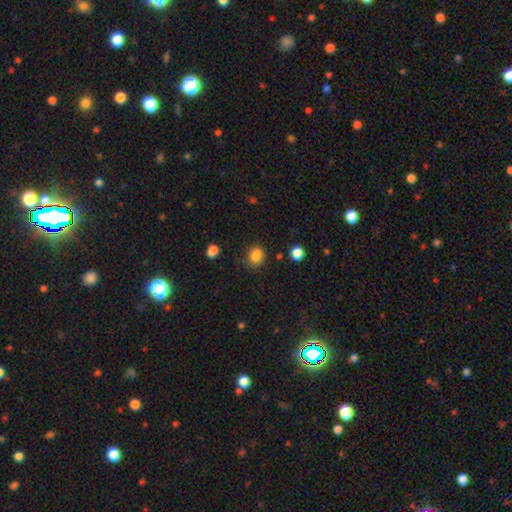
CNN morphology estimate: This appears to be a smooth galaxy with no disk features (84%) that is round (61%). Merging: none (74%).